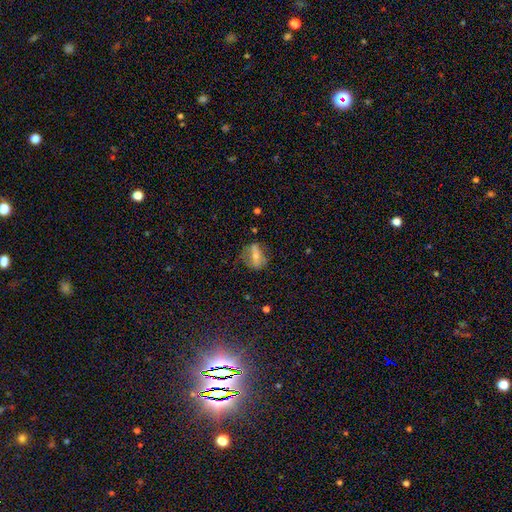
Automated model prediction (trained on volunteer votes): Smooth or featured? featured or disk (42%)
Merging? none (66%)